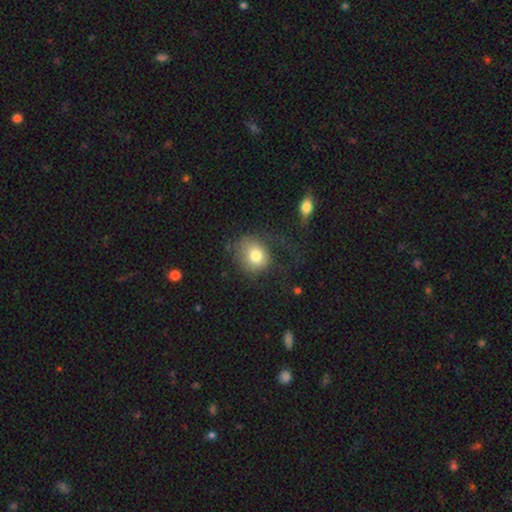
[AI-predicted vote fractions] Smooth or featured?
  - smooth: 76% *
  - featured or disk: 15%
  - star or artifact: 9%
How rounded?
  - round: 70% *
  - in between: 30%
  - cigar-shaped: 1%
Merging?
  - none: 47% *
  - major disturbance: 29%
  - minor disturbance: 21%
  - merger: 3%